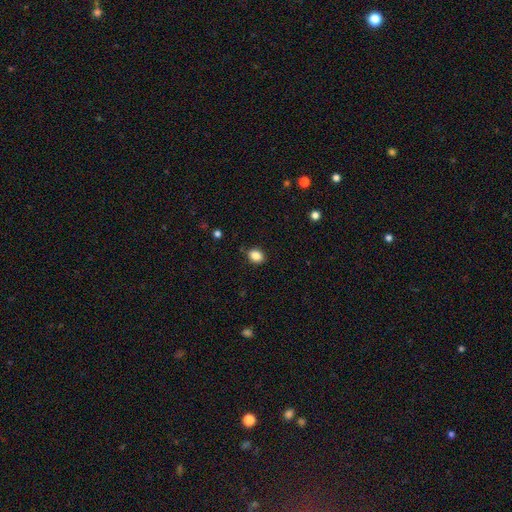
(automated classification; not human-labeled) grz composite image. It shows a smooth galaxy with no disk features (86%) that is in between round and cigar-shaped (55%). Merging: none (87%).